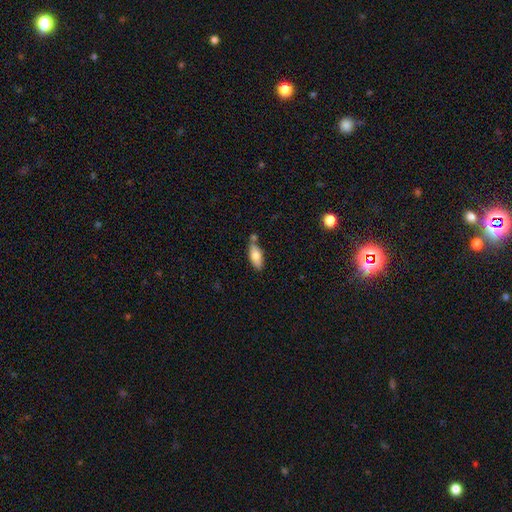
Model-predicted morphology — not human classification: The model was most divided on "merging": none: 62%, minor disturbance: 18%, merger: 16%, major disturbance: 4%. More confident: how rounded — in between (79%); smooth or featured — smooth (76%).